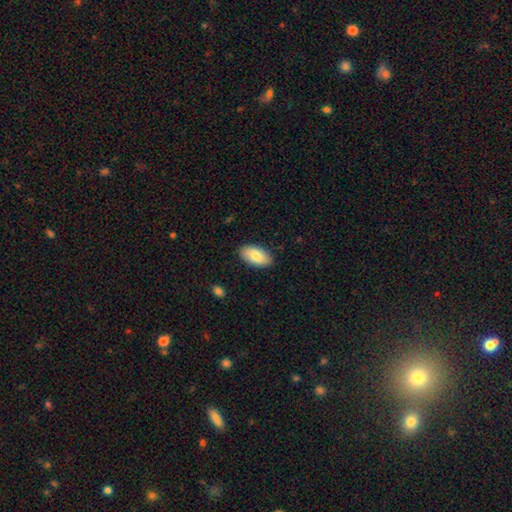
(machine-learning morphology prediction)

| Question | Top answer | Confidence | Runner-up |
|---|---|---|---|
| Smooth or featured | smooth | 81% | featured or disk (13%) |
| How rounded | in between | 95% | round (3%) |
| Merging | none | 87% | minor disturbance (9%) |